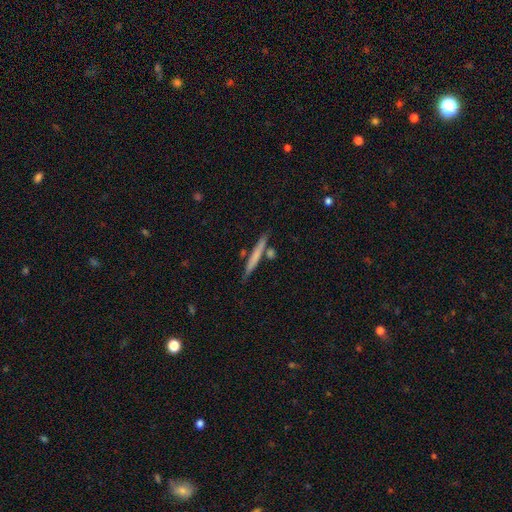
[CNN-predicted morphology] This is possibly a smooth galaxy (59%). How rounded: clearly cigar-shaped (96%). Merging: clearly none (82%).